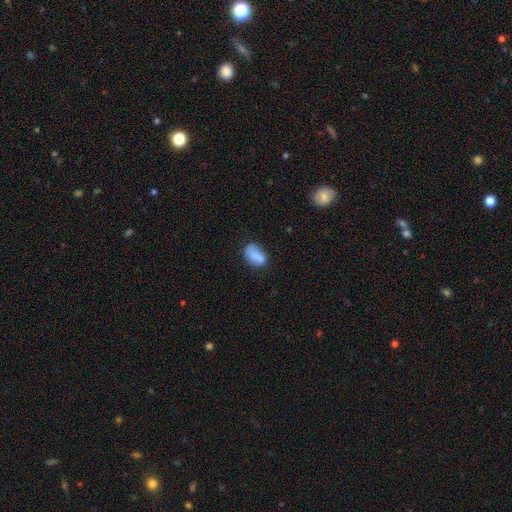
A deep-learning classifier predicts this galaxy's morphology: Q: Smooth or featured?
A: smooth (80%); runner-up: featured or disk (11%)
Q: How rounded?
A: in between (88%); runner-up: round (10%)
Q: Merging?
A: none (52%); runner-up: minor disturbance (29%)